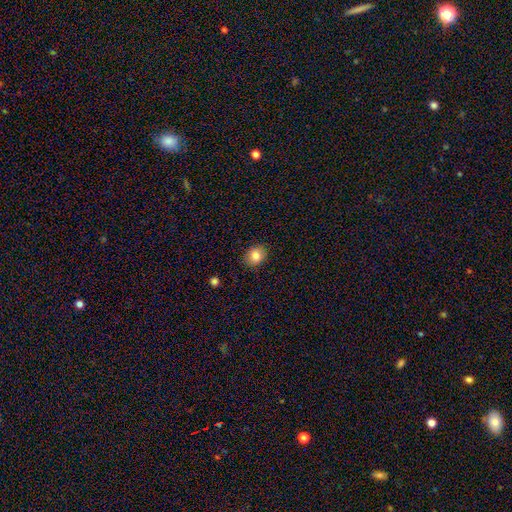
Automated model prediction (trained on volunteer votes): The model was most divided on "how rounded": round: 59%, in between: 40%, cigar-shaped: 1%. More confident: merging — none (87%); smooth or featured — smooth (83%).